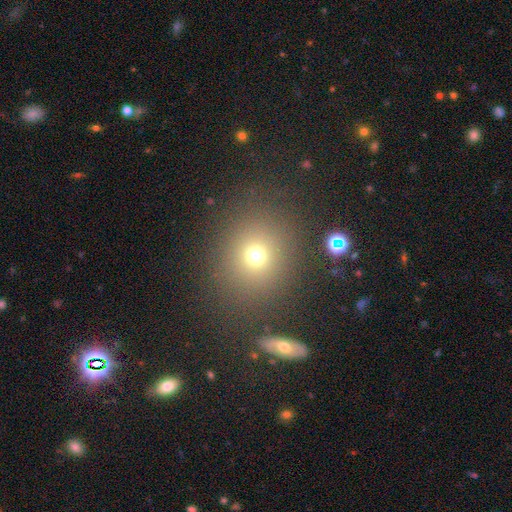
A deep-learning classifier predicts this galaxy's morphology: This appears to be a smooth galaxy with no disk features (69%) that is round (80%). Merging: none (82%).